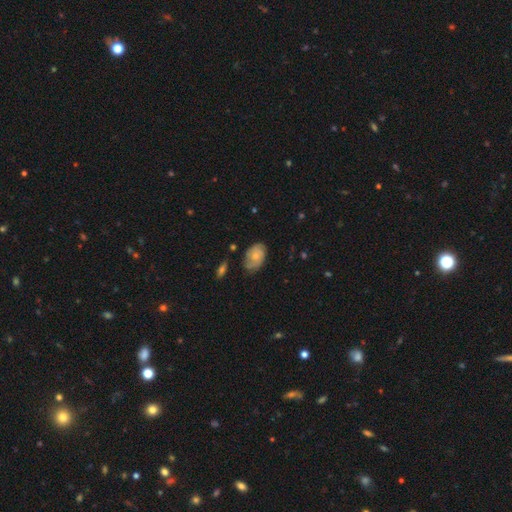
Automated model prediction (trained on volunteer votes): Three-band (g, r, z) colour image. It shows a featured or disk galaxy (52%). Merging: none (69%).